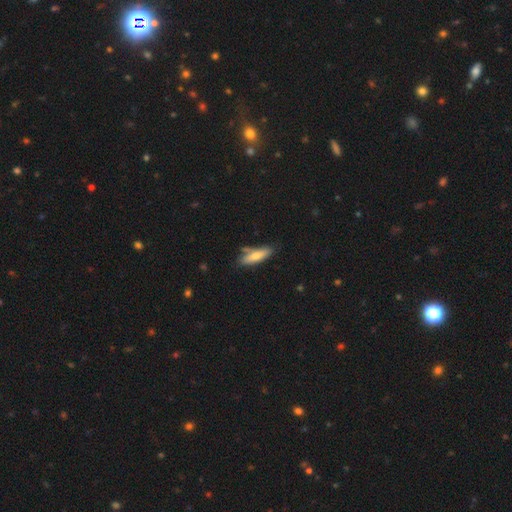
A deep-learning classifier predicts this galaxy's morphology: smooth_or_featured: smooth (p=0.66) [alt: featured or disk p=0.28]
how_rounded: cigar-shaped (p=0.59) [alt: in between p=0.39]
merging: none (p=0.67) [alt: minor disturbance p=0.21]